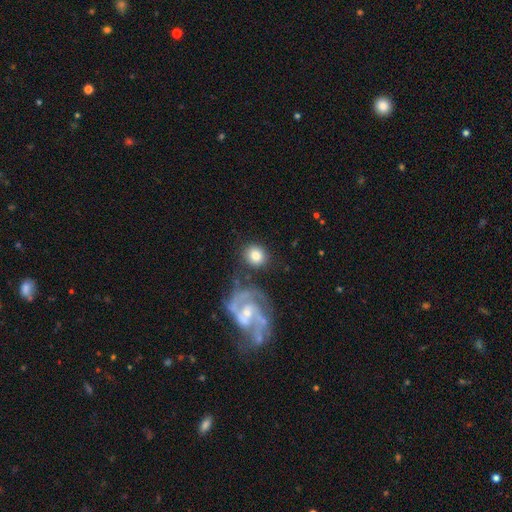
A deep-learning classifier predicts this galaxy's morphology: This is likely a smooth galaxy (74%). How rounded: clearly round (82%). Merging: likely none (74%).